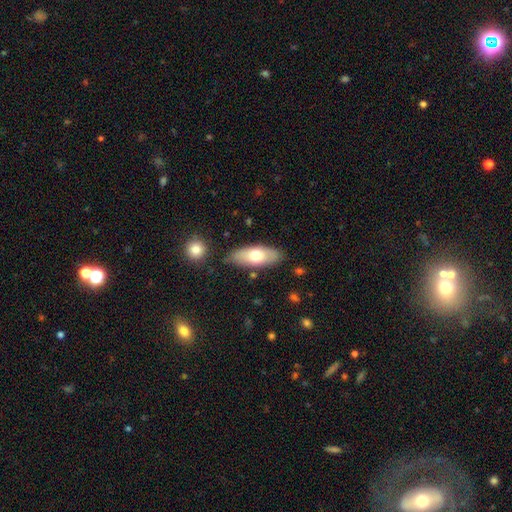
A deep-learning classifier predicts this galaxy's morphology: type=smooth (63%); roundness=in between (79%); merging=none (80%).